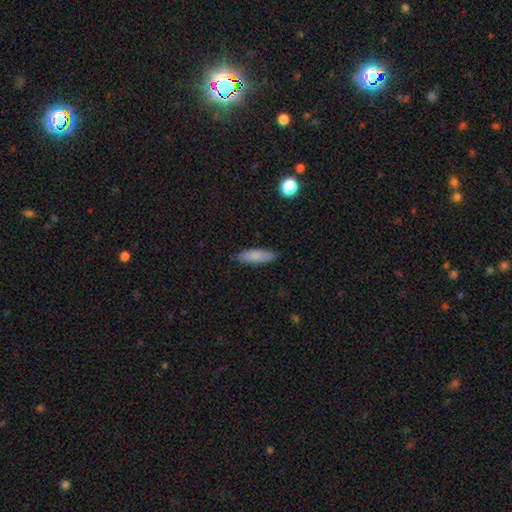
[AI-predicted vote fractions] Morphology: type=smooth (82%); roundness=cigar-shaped (54%); merging=none (85%).